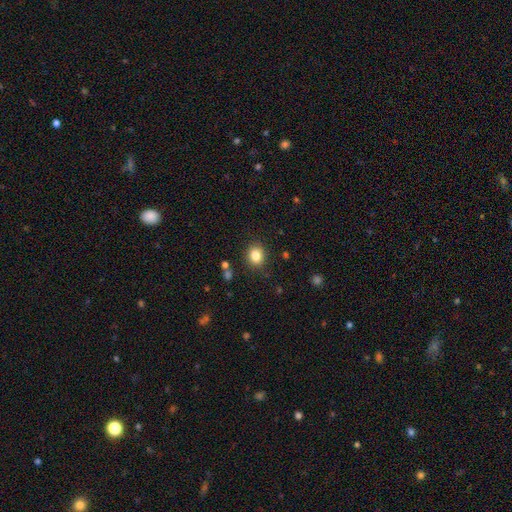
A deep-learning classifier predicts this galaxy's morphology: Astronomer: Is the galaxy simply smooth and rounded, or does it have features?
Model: smooth — 83%.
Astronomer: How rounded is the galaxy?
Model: round — 71%.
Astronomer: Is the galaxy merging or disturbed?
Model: none — 88%.